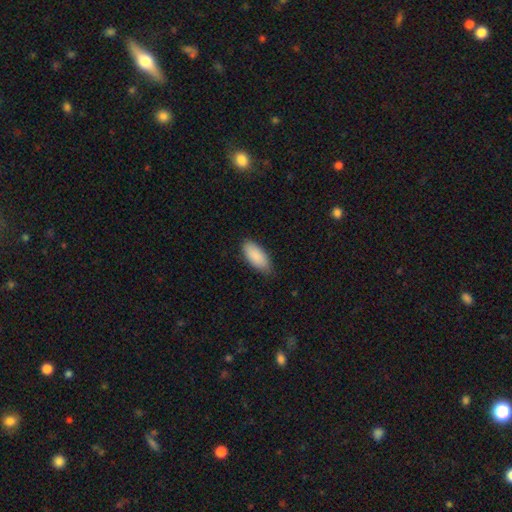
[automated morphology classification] Smooth or featured? smooth (89%)
How rounded? in between (89%)
Merging? none (80%)